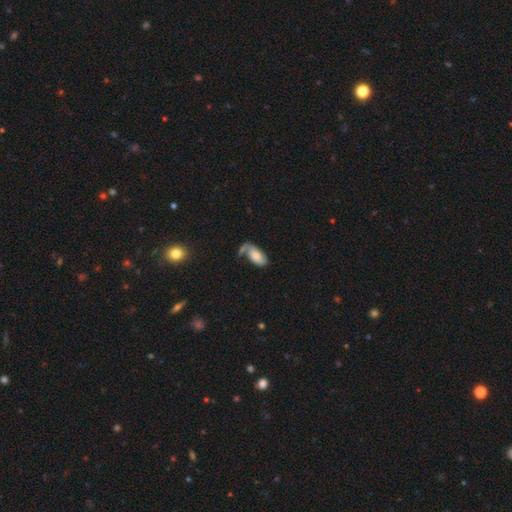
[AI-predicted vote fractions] Q: Smooth or featured?
A: smooth (64%); runner-up: featured or disk (29%)
Q: How rounded?
A: in between (91%); runner-up: cigar-shaped (6%)
Q: Merging?
A: none (42%); runner-up: merger (21%)